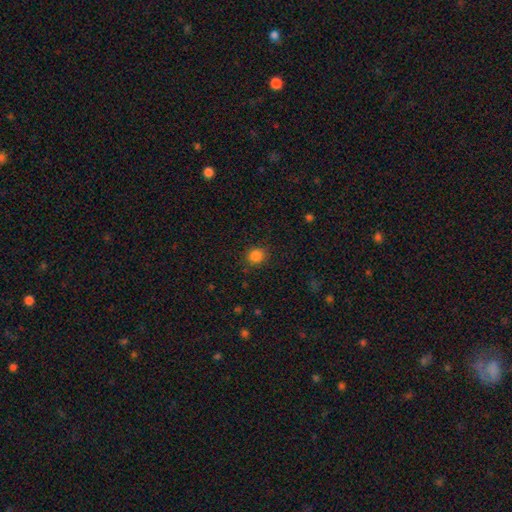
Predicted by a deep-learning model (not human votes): smooth-or-featured: smooth: 84% | star or artifact: 12% | featured or disk: 4%
  how-rounded: round: 86% | in between: 13% | cigar-shaped: 1%
  merging: none: 87% | minor disturbance: 9% | major disturbance: 3% | merger: 1%